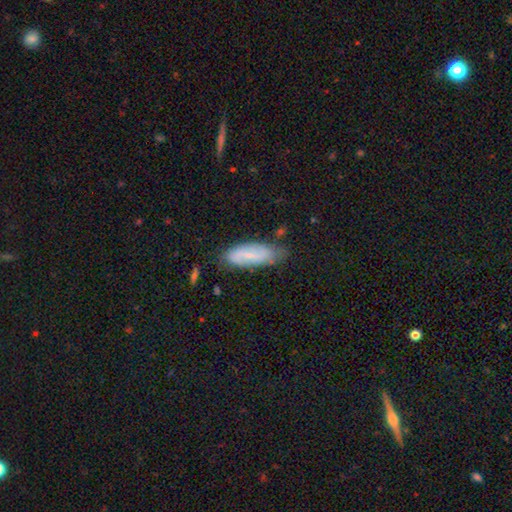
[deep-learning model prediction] A smooth galaxy with no disk features (53%) that is in between round and cigar-shaped (53%).

Vote fractions:
- Smooth or featured? smooth: 53% / featured or disk: 34% / star or artifact: 12%
- How rounded? in between: 53% / cigar-shaped: 44% / round: 2%
- Merging? none: 74% / minor disturbance: 19% / major disturbance: 4% / merger: 2%